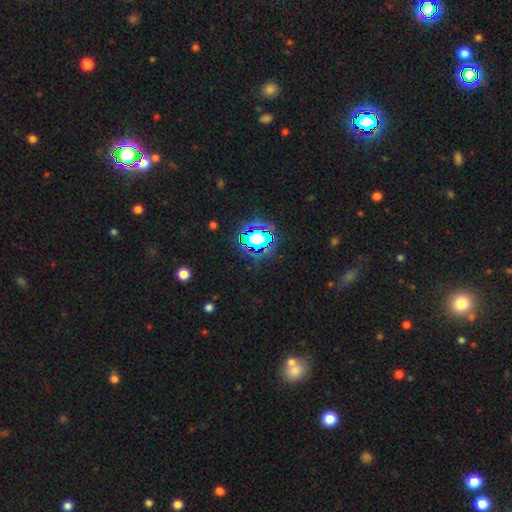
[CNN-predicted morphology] smooth-or-featured: star or artifact: 78% | smooth: 14% | featured or disk: 8%